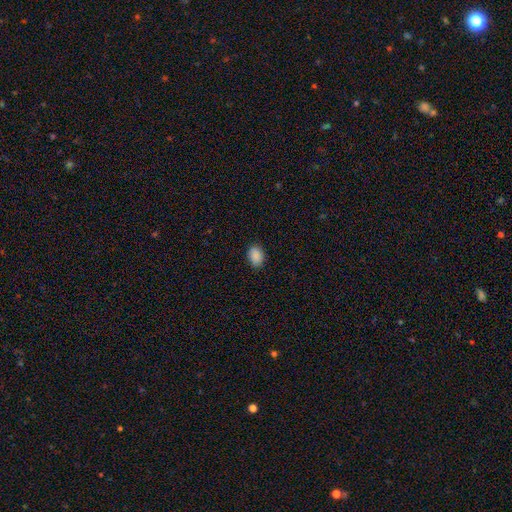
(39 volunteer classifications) Smooth or featured? smooth (85%)
How rounded? in between (91%)
Merging? none (78%)